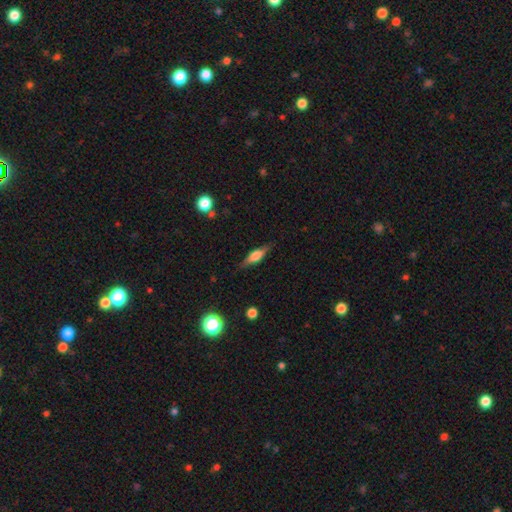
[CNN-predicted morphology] smooth_or_featured: featured or disk (p=0.53) [alt: smooth p=0.40]
disk_edge_on: yes (p=0.94) [alt: no p=0.06]
merging: none (p=0.85) [alt: minor disturbance p=0.11]